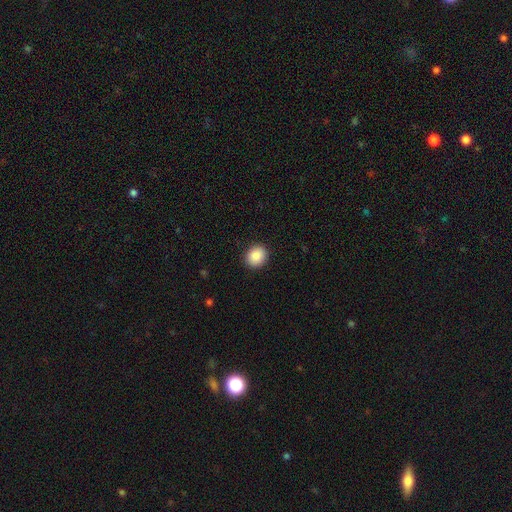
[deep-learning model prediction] smooth 88%, star or artifact 8%, featured or disk 4%. Down the decision tree: how rounded — round (70%); merging — none (91%).